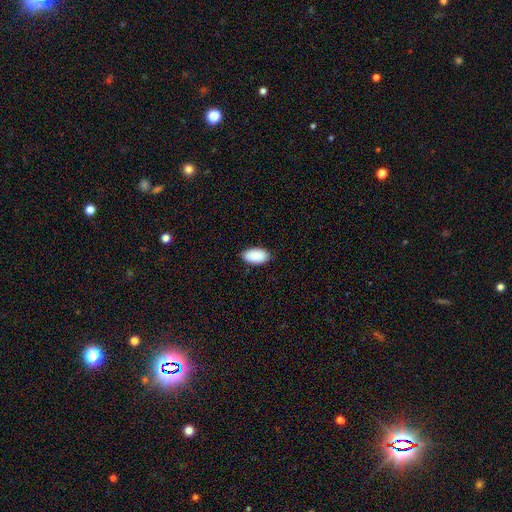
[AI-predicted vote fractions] smooth-or-featured: smooth: 91% | star or artifact: 6% | featured or disk: 3%
  how-rounded: in between: 95% | round: 3% | cigar-shaped: 2%
  merging: none: 86% | minor disturbance: 11% | major disturbance: 2% | merger: 1%